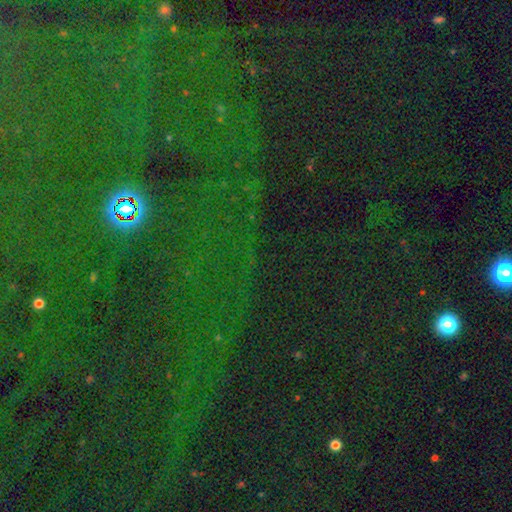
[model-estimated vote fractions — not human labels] Morphology: type=star or artifact (83%).